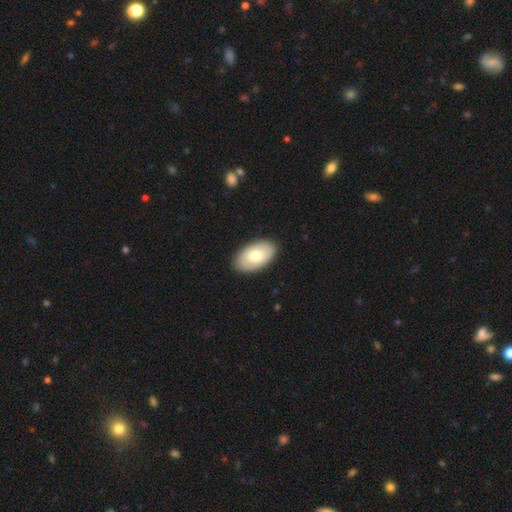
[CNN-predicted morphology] Smooth or featured? smooth (72%)
How rounded? in between (95%)
Merging? none (88%)